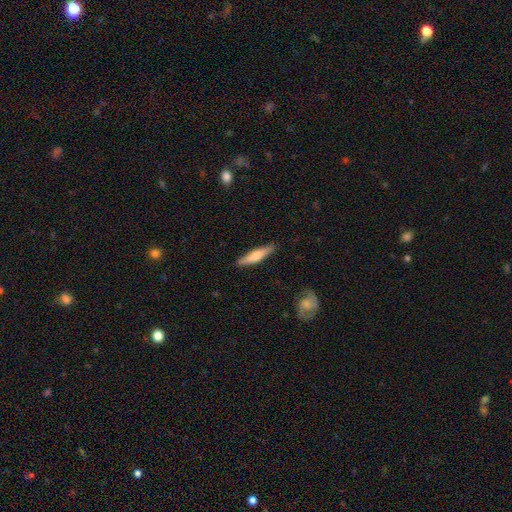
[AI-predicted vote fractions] The model was most divided on "smooth or featured": smooth: 53%, featured or disk: 41%, star or artifact: 5%. More confident: merging — none (88%); how rounded — cigar-shaped (87%).